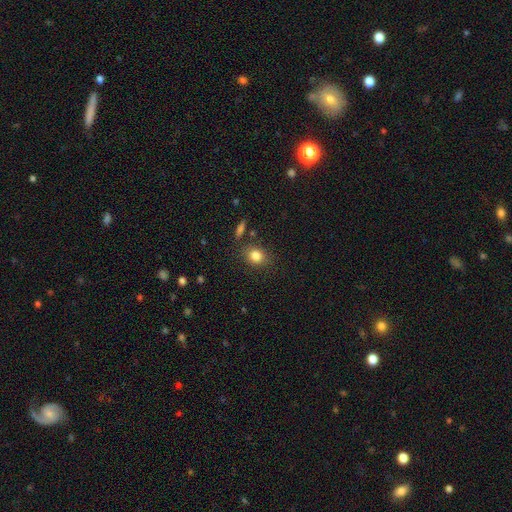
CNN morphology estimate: smooth-or-featured: smooth: 83% | star or artifact: 10% | featured or disk: 7%
  how-rounded: in between: 49% (tied) | round: 49% (tied) | cigar-shaped: 1%
  merging: none: 82% | minor disturbance: 11% | merger: 4% | major disturbance: 3%